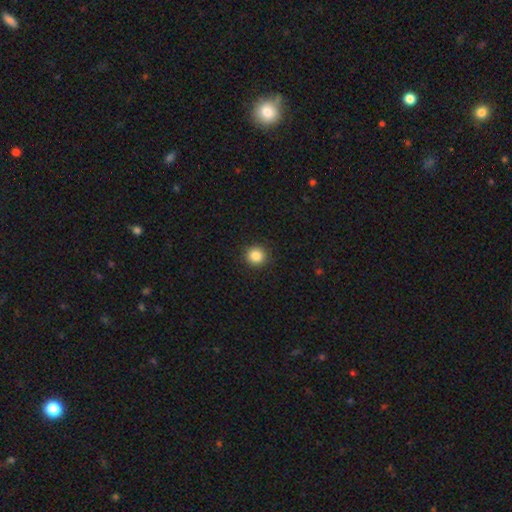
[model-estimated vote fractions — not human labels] A smooth galaxy with no disk features (86%) that is round (93%).

Vote fractions:
- Smooth or featured? smooth: 86% / star or artifact: 10% / featured or disk: 4%
- How rounded? round: 93% / in between: 6% / cigar-shaped: 1%
- Merging? none: 92% / minor disturbance: 5% / major disturbance: 2% / merger: 1%